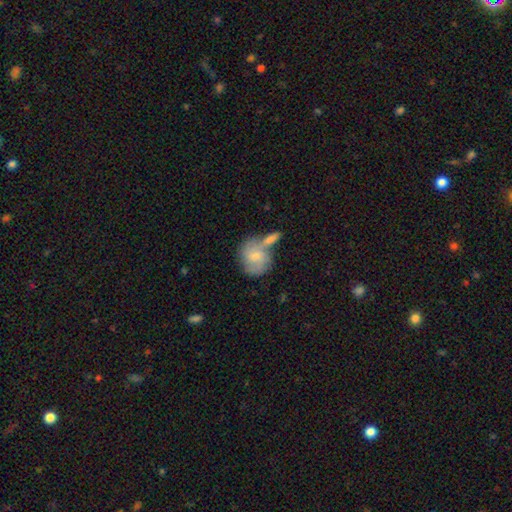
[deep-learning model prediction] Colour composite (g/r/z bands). It shows a smooth galaxy with no disk features (55%) that is round (68%). Merging: none (39%, tied with merger).